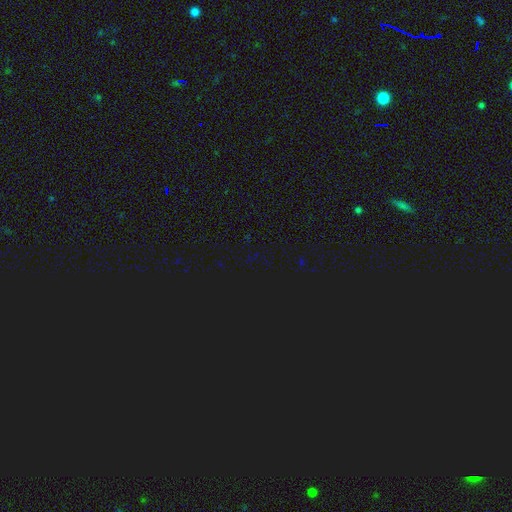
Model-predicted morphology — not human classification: This is likely a star or artifact rather than a galaxy (79%).